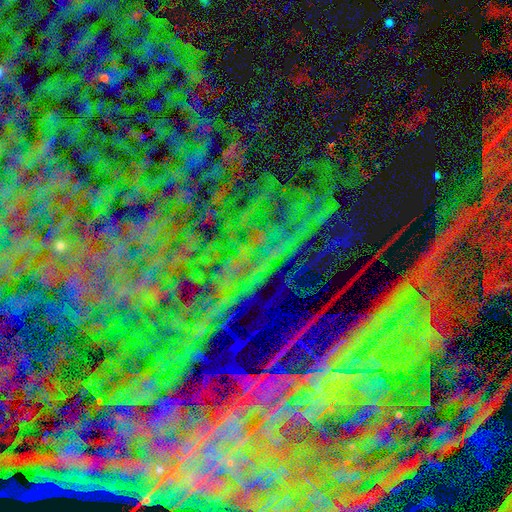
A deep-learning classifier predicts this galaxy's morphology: A star or artifact, not a galaxy (85%).